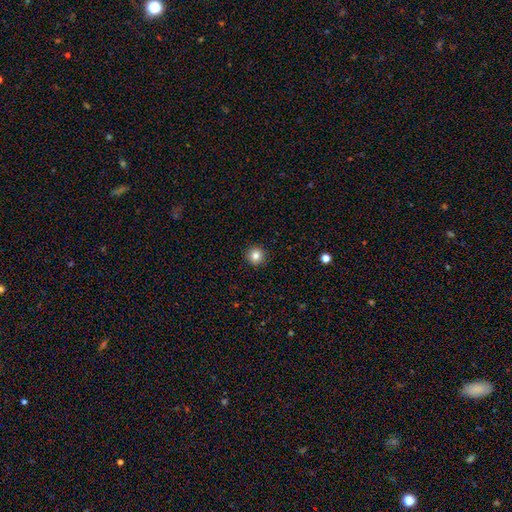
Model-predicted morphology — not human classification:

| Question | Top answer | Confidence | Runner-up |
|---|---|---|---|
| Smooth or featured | smooth | 84% | star or artifact (11%) |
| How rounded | round | 95% | in between (4%) |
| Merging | none | 93% | minor disturbance (4%) |